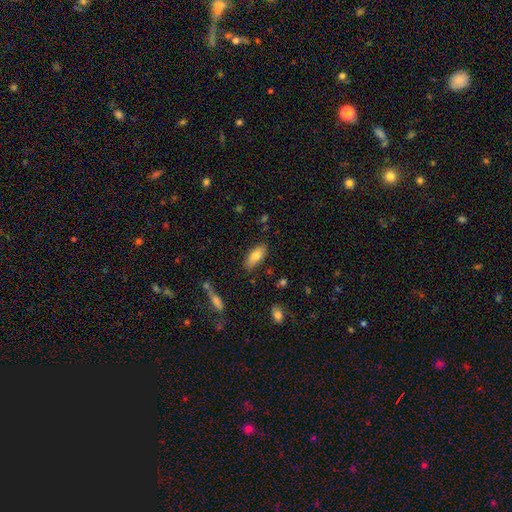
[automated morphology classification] Smooth or featured?
  - smooth: 78% *
  - featured or disk: 15%
  - star or artifact: 7%
How rounded?
  - in between: 79% *
  - cigar-shaped: 19%
  - round: 2%
Merging?
  - none: 82% *
  - minor disturbance: 12%
  - major disturbance: 3%
  - merger: 3%